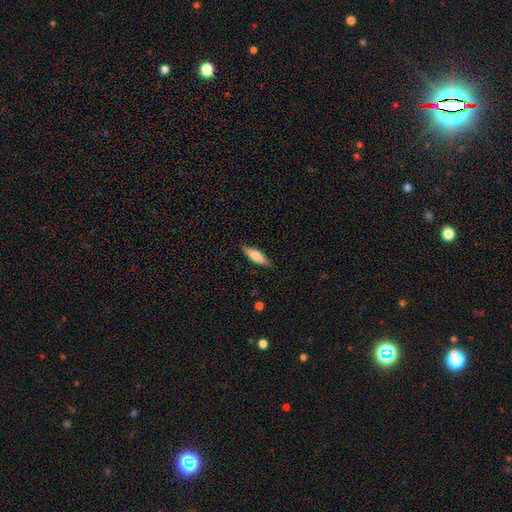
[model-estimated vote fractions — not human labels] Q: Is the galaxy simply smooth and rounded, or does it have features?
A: smooth — 66%.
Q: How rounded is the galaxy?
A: cigar-shaped — 61%.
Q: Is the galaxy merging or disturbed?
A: none — 87%.